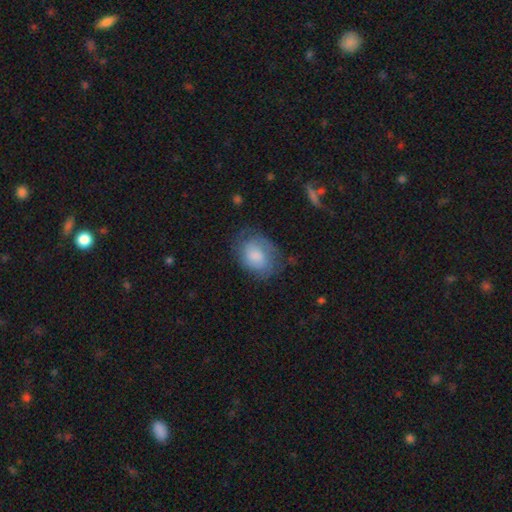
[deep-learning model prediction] Smooth or featured: smooth — 65% (featured or disk — 27%)
How rounded: in between — 68% (round — 31%)
Merging: none — 58% (minor disturbance — 27%)